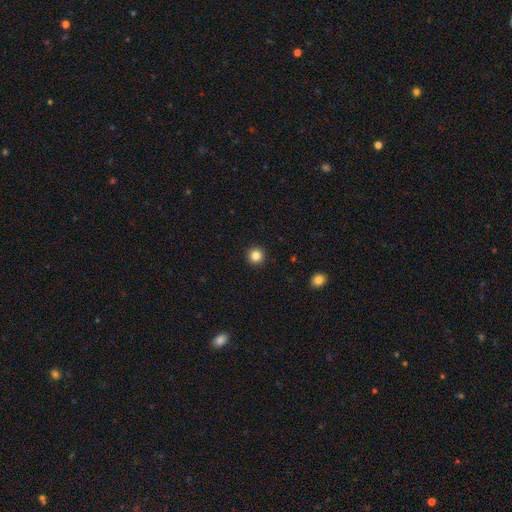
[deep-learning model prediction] smooth-or-featured: smooth: 84% | star or artifact: 11% | featured or disk: 5%
  how-rounded: round: 96% | in between: 3% | cigar-shaped: 1%
  merging: none: 93% | minor disturbance: 4% | major disturbance: 1% | merger: 1%